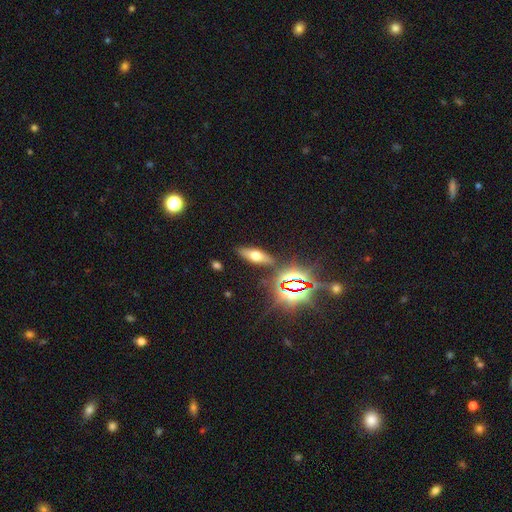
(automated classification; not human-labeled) Q: Smooth or featured?
A: smooth (47%); runner-up: featured or disk (28%)
Q: Merging?
A: none (84%); runner-up: minor disturbance (10%)